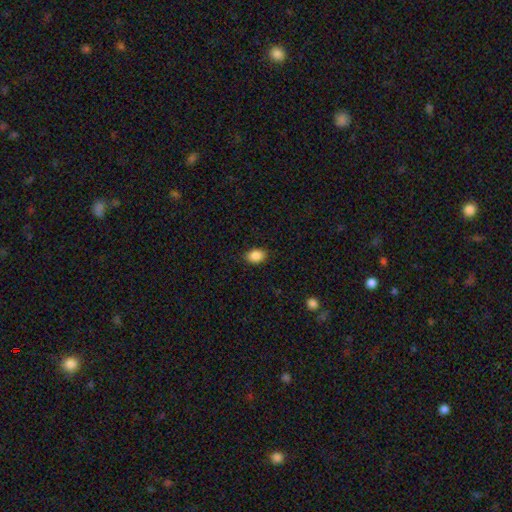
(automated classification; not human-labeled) Smooth or featured?
  - smooth: 88% *
  - star or artifact: 8%
  - featured or disk: 4%
How rounded?
  - in between: 80% *
  - round: 19%
  - cigar-shaped: 1%
Merging?
  - none: 88% *
  - minor disturbance: 9%
  - major disturbance: 2%
  - merger: 1%